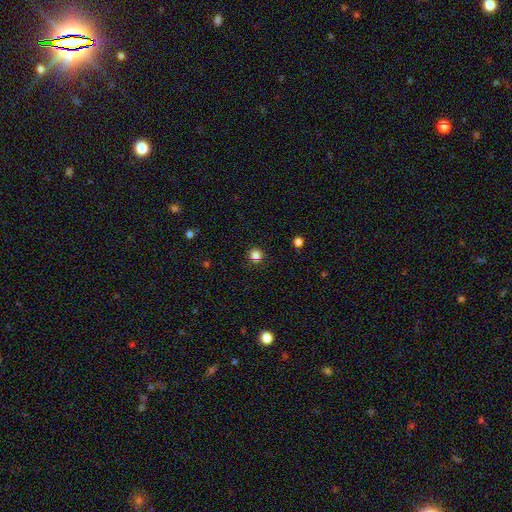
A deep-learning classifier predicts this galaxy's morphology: Smooth or featured?
  - smooth: 81% *
  - star or artifact: 15%
  - featured or disk: 4%
How rounded?
  - round: 92% *
  - in between: 7%
  - cigar-shaped: 1%
Merging?
  - none: 87% *
  - minor disturbance: 8%
  - major disturbance: 3%
  - merger: 2%